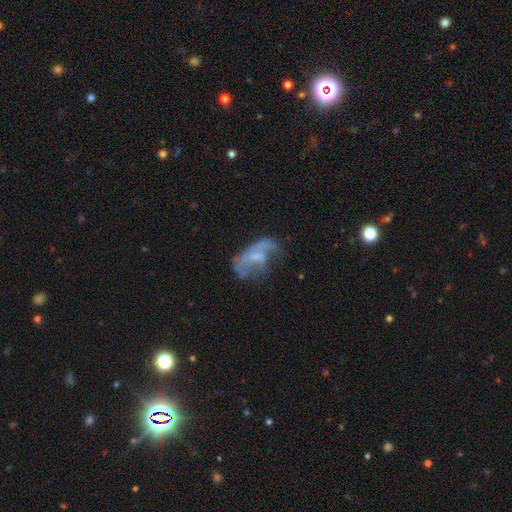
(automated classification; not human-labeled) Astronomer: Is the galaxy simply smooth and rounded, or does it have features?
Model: featured or disk — 60%.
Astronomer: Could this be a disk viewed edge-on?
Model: no — 95%.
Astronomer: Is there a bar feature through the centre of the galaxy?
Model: no — 63%.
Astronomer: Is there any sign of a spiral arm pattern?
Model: yes — 52% (runner-up: no, 48%).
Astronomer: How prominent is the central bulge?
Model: small — 39% (runner-up: none, 37%).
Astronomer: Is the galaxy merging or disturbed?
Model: major disturbance — 40% (runner-up: none, 31%).